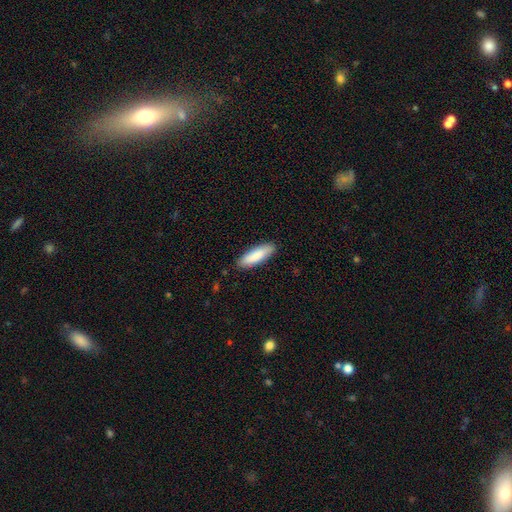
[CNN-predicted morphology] Overall: smooth (85%). How rounded: cigar-shaped (53%; in between 46%). Merging: none (88%).